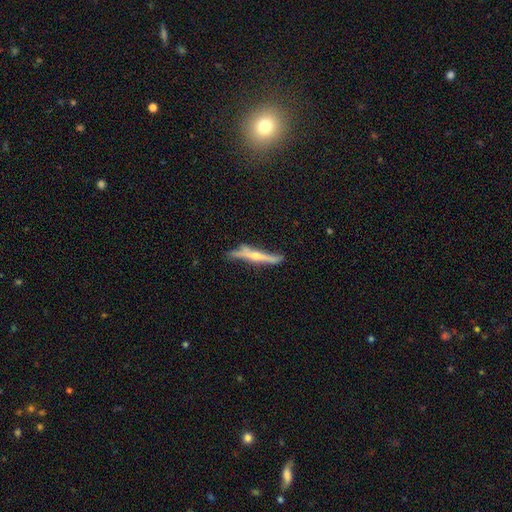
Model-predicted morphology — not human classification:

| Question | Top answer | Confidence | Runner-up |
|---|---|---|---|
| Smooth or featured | featured or disk | 66% | smooth (28%) |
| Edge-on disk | yes | 93% | no (7%) |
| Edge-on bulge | rounded | 78% | none (15%) |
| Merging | none | 62% | minor disturbance (24%) |